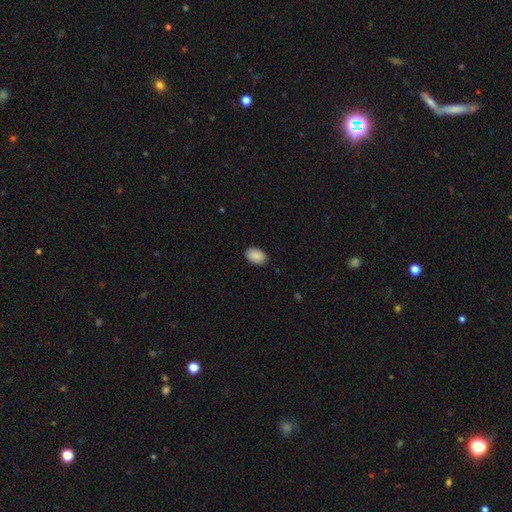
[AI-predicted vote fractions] Smooth or featured? Predicted: smooth (p=0.90). How rounded? Predicted: in between (p=0.85). Merging? Predicted: none (p=0.87).